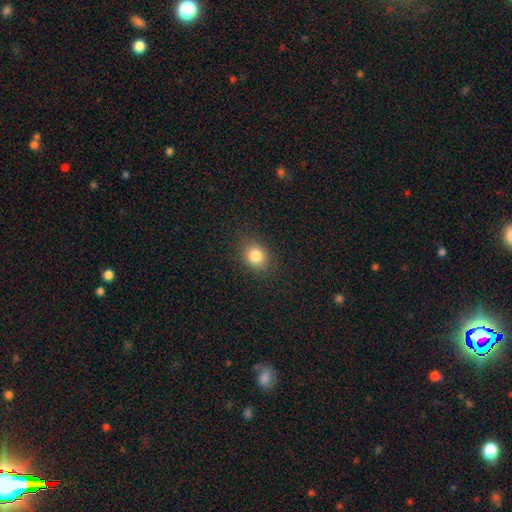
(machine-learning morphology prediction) Smooth or featured? Predicted: smooth (p=0.83). How rounded? Predicted: round (p=0.68). Merging? Predicted: none (p=0.86).